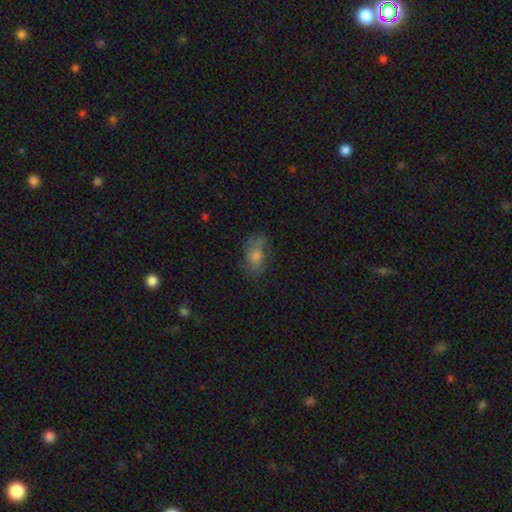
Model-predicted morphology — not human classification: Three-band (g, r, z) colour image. It shows a smooth galaxy with no disk features (62%) that is in between round and cigar-shaped (83%). Merging: none (64%).